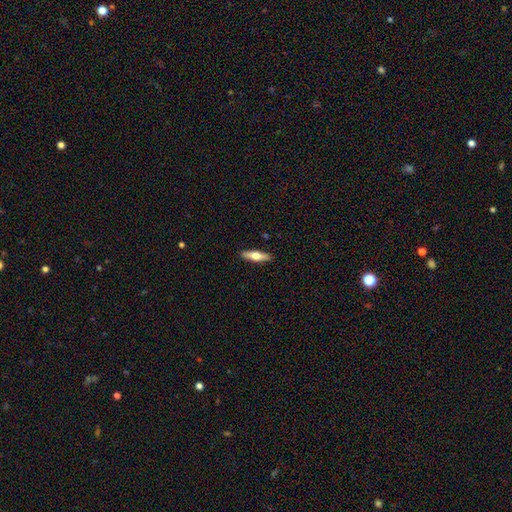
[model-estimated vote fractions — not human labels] This appears to be a smooth galaxy with no disk features (53%) that is cigar-shaped (64%). Merging: none (90%).